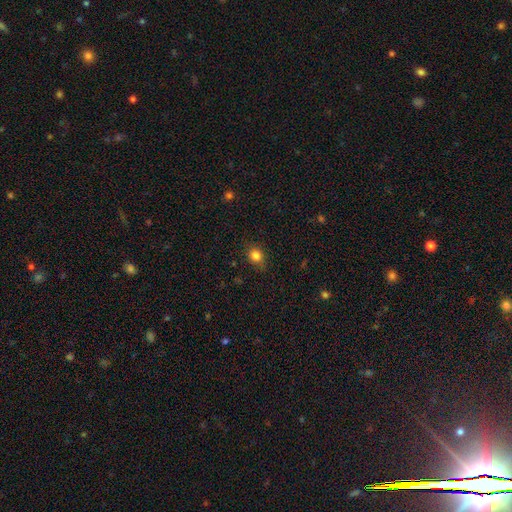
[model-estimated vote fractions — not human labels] A smooth galaxy with no disk features (83%) that is round (68%).

Vote fractions:
- Smooth or featured? smooth: 83% / star or artifact: 12% / featured or disk: 5%
- How rounded? round: 68% / in between: 31% / cigar-shaped: 1%
- Merging? none: 83% / minor disturbance: 13% / major disturbance: 3% / merger: 1%